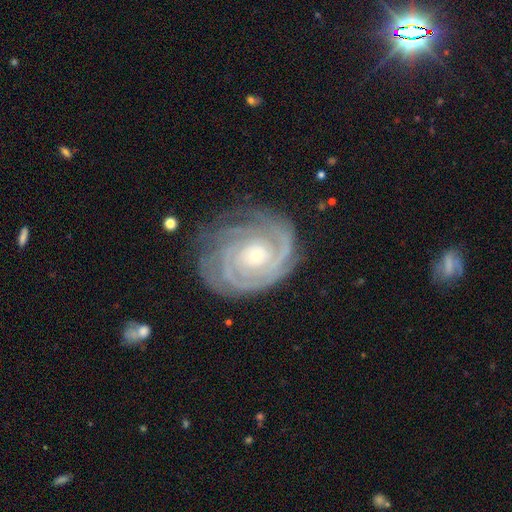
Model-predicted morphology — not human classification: Smooth or featured? Predicted: featured or disk (p=0.90). Edge-on disk? Predicted: no (p=0.97). Bar? Predicted: no (p=0.76). Spiral arms? Predicted: yes (p=0.98). Spiral winding? Predicted: tight (p=0.80). Spiral arm count? Predicted: 3 (p=0.27). Bulge size? Predicted: small (p=0.69). Merging? Predicted: none (p=0.71).